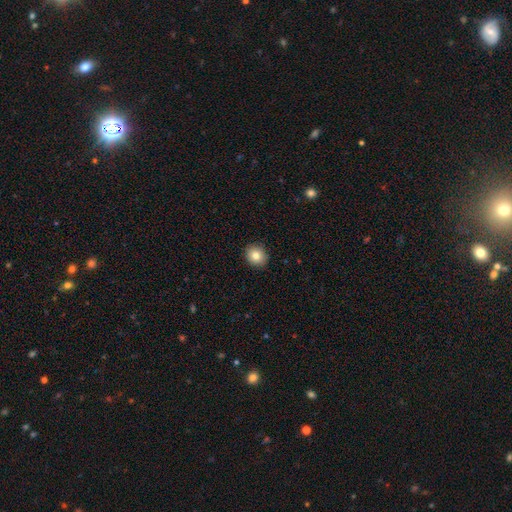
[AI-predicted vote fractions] Q: Smooth or featured?
A: smooth (81%); runner-up: star or artifact (10%)
Q: How rounded?
A: round (77%); runner-up: in between (22%)
Q: Merging?
A: none (90%); runner-up: minor disturbance (7%)